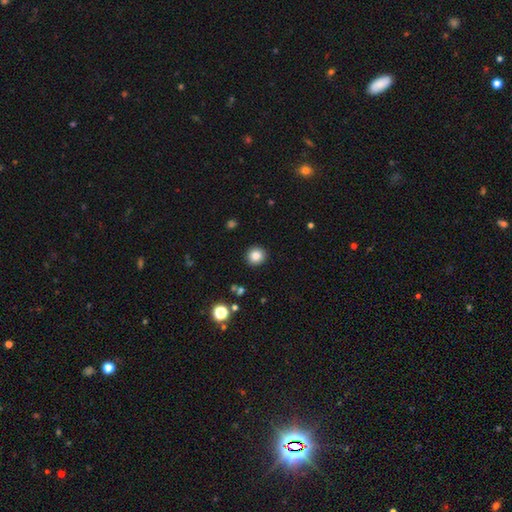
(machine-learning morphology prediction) Smooth or featured? Predicted: smooth (p=0.84). How rounded? Predicted: round (p=0.93). Merging? Predicted: none (p=0.92).